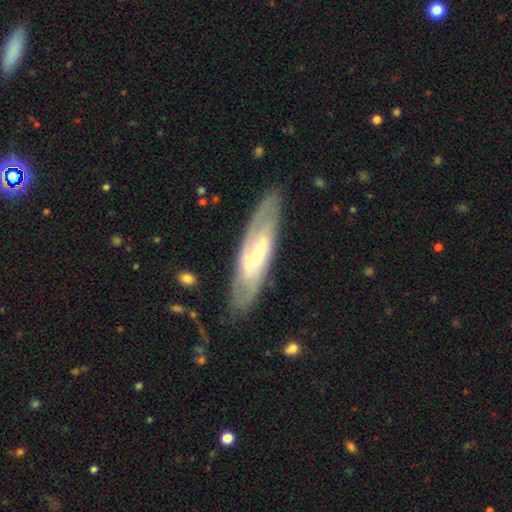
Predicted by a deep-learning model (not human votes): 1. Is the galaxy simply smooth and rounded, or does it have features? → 71% featured or disk, 24% smooth, 6% star or artifact.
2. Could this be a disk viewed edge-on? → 74% no, 26% yes.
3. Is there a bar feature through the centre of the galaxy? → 38% weak, 32% no, 30% strong.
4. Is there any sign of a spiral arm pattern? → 79% yes, 21% no.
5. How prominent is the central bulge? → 65% small, 29% moderate, 3% large, 2% none, 1% dominant.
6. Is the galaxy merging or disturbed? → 78% none, 15% minor disturbance, 5% major disturbance, 2% merger.